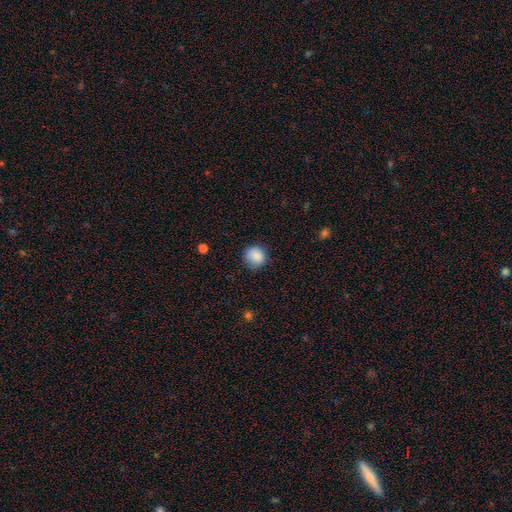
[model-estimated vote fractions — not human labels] smooth 87%, star or artifact 8%, featured or disk 4%. Down the decision tree: how rounded — round (90%); merging — none (82%).